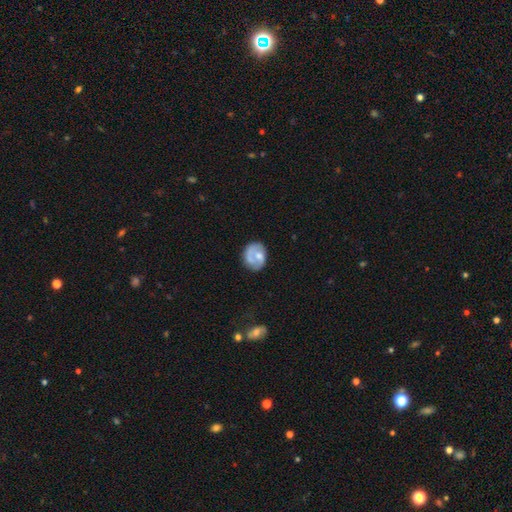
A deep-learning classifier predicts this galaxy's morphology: Smooth or featured? featured or disk (55%)
Edge-on disk? no (97%)
Bar? no (66%)
Spiral arms? yes (68%)
Bulge size? moderate (55%)
Merging? none (64%)